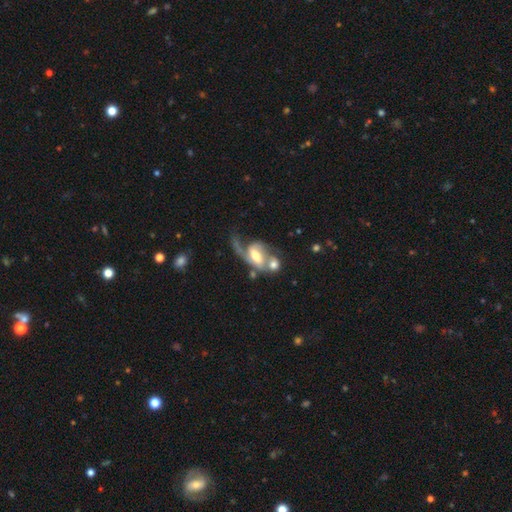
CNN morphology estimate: Q: Smooth or featured?
A: featured or disk (73%); runner-up: smooth (21%)
Q: Edge-on disk?
A: no (95%); runner-up: yes (5%)
Q: Bar?
A: weak (45%); runner-up: strong (34%)
Q: Spiral arms?
A: yes (86%); runner-up: no (14%)
Q: Spiral winding?
A: loose (50%); runner-up: medium (36%)
Q: Spiral arm count?
A: 2 (52%); runner-up: 1 (37%)
Q: Bulge size?
A: moderate (60%); runner-up: small (22%)
Q: Merging?
A: merger (49%); runner-up: major disturbance (22%)